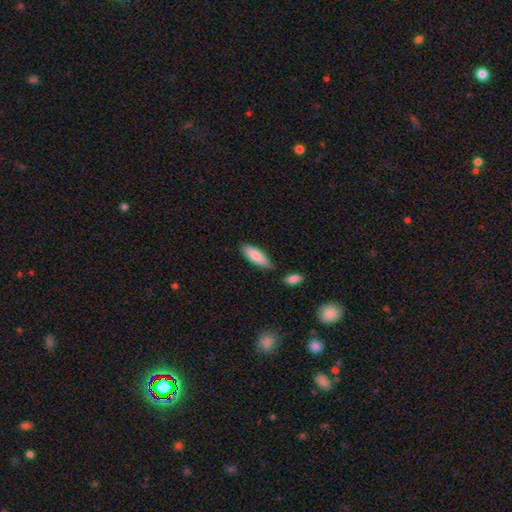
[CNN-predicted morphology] This appears to be a smooth galaxy with no disk features (83%) that is in between round and cigar-shaped (66%). Merging: none (69%).